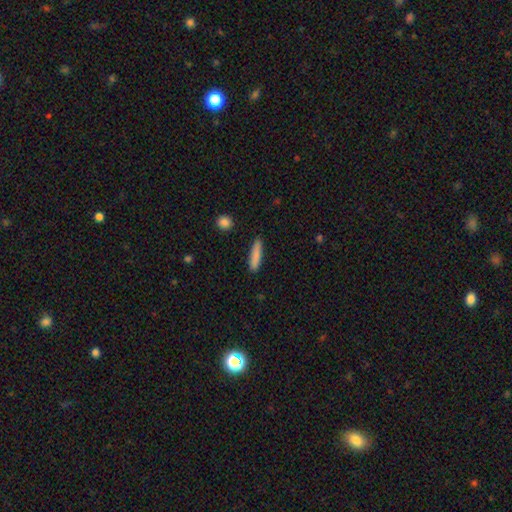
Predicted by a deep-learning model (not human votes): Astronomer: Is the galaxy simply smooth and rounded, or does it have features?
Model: smooth — 85%.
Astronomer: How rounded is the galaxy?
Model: cigar-shaped — 81%.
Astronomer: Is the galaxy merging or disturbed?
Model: none — 87%.